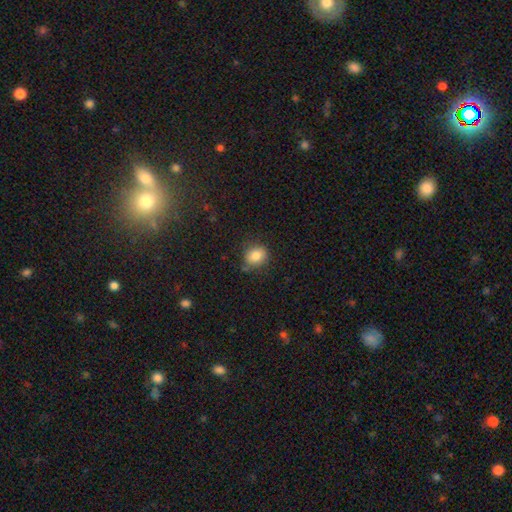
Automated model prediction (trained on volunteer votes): A smooth galaxy with no disk features (83%) that is round (62%).

Vote fractions:
- Smooth or featured? smooth: 83% / star or artifact: 10% / featured or disk: 7%
- How rounded? round: 62% / in between: 37% / cigar-shaped: 1%
- Merging? none: 73% / minor disturbance: 20% / major disturbance: 5% / merger: 3%